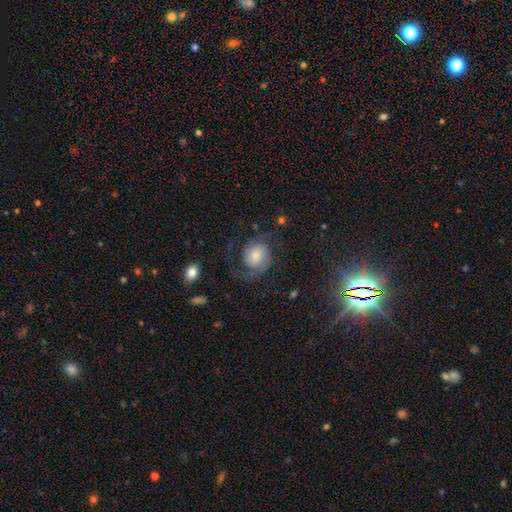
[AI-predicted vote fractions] A featured or disk galaxy (73%) with no bar (66%), 2 (87%) medium (49%) spiral arms (95%) and a moderate central bulge (39%).

Vote fractions:
- Smooth or featured? featured or disk: 73% / smooth: 19% / star or artifact: 9%
- Edge-on disk? no: 98% / yes: 2%
- Bar? no: 66% / weak: 29% / strong: 6%
- Spiral arms? yes: 95% / no: 5%
- Spiral winding? medium: 49% / loose: 32% / tight: 20%
- Spiral arm count? 2: 87% / can't tell: 4% / 1: 3% / 3: 3% / 4: 1% / more than 4: 1%
- Bulge size? moderate: 39% / small: 38% / large: 14% / none: 5% / dominant: 4%
- Merging? none: 68% / minor disturbance: 15% / major disturbance: 15% / merger: 2%